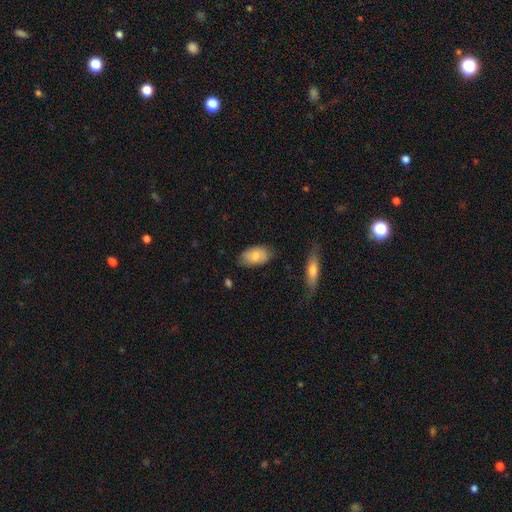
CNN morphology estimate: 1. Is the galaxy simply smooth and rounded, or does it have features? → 72% smooth, 22% featured or disk, 6% star or artifact.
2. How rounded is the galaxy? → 93% in between, 4% round, 3% cigar-shaped.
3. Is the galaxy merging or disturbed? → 75% none, 19% minor disturbance, 3% major disturbance, 2% merger.